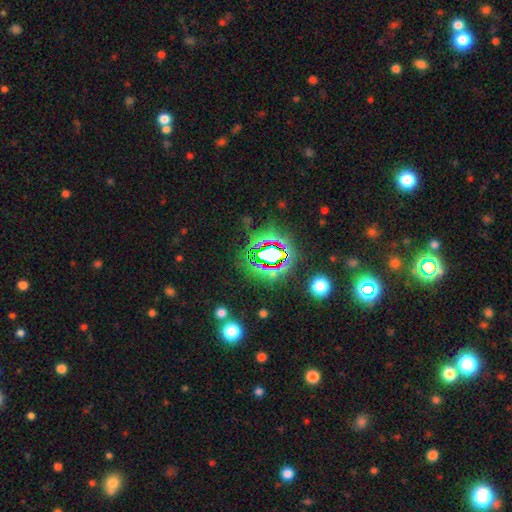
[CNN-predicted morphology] A star or artifact, not a galaxy (80%).